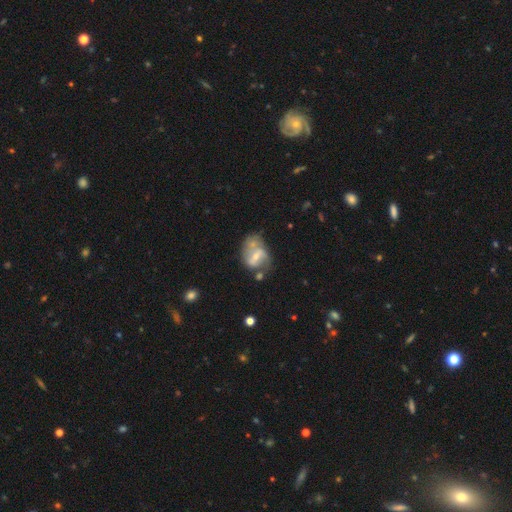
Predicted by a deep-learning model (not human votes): featured or disk 70%, smooth 22%, star or artifact 7%. Down the decision tree: edge-on disk — no (97%); bar — weak (44%); spiral arms — yes (75%); spiral arm count — 2 (74%); spiral winding — loose (42%, tied with medium); bulge size — small (56%); merging — none (39%).